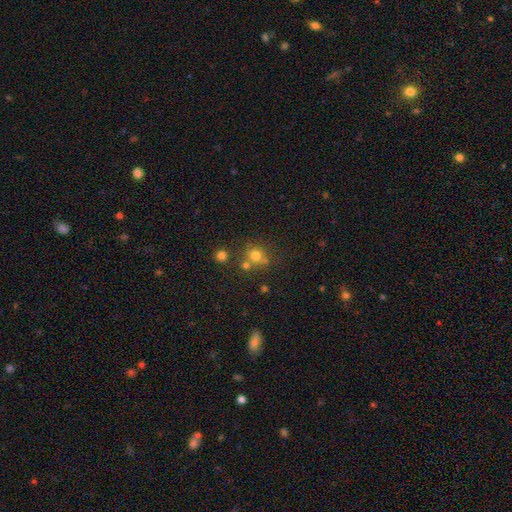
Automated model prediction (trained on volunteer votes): Overall: smooth (72%). How rounded: round (86%). Merging: none (62%; merger 23%).